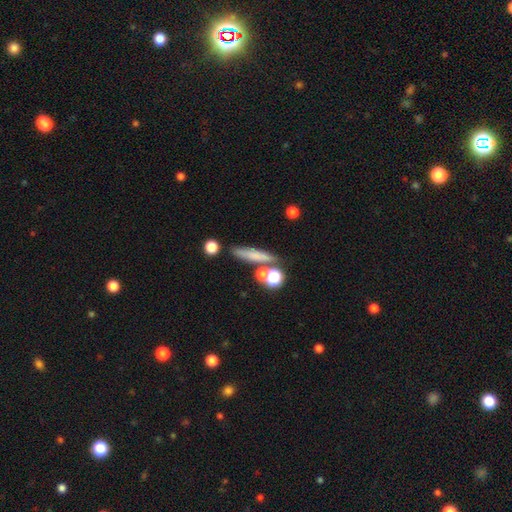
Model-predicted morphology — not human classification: smooth_or_featured: smooth (p=0.66) [alt: featured or disk p=0.22]
how_rounded: cigar-shaped (p=0.74) [alt: in between p=0.15]
merging: none (p=0.70) [alt: merger p=0.14]